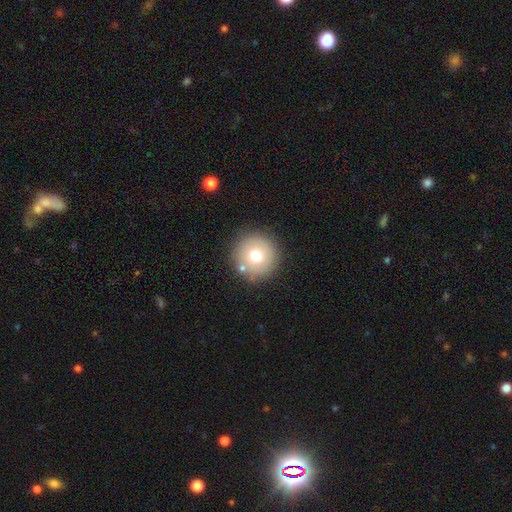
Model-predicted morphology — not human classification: Q: Smooth or featured?
A: smooth (71%); runner-up: featured or disk (17%)
Q: How rounded?
A: round (96%); runner-up: in between (3%)
Q: Merging?
A: none (85%); runner-up: minor disturbance (8%)